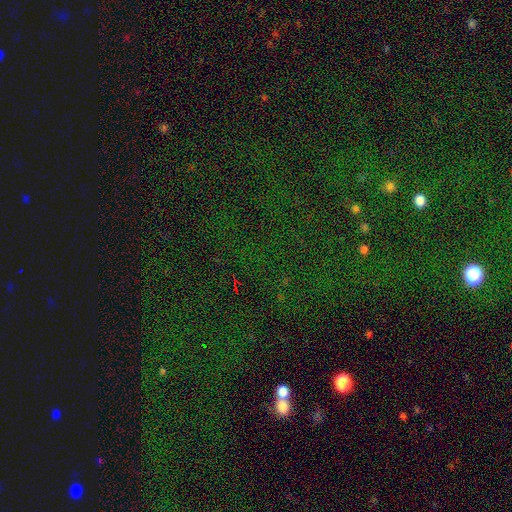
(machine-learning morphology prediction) Q: Smooth or featured?
A: star or artifact (78%); runner-up: smooth (14%)